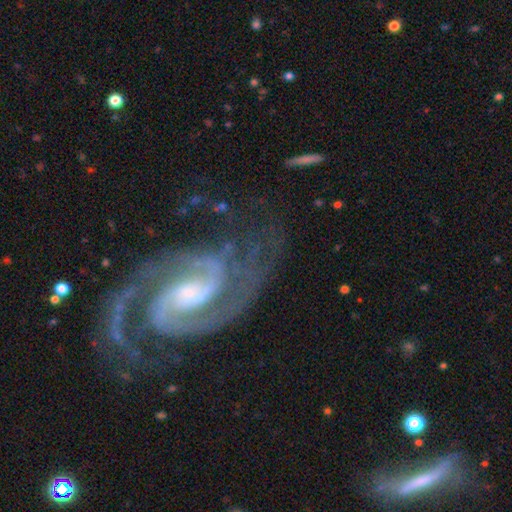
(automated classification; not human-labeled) smooth-or-featured: featured or disk: 94% | star or artifact: 4% | smooth: 2%
  disk-edge-on: no: 98% | yes: 2%
    bar: weak: 48% | no: 29% | strong: 23%
    has-spiral-arms: yes: 99% | no: 1%
      spiral-winding: medium: 52% | tight: 40% | loose: 8%
      spiral-arm-count: 2: 88% | 3: 5% | can't tell: 3% | 4: 2% | 1: 2% | more than 4: 2%
    bulge-size: small: 43% | moderate: 41% | large: 8% | none: 7% | dominant: 1%
  merging: none: 74% | minor disturbance: 16% | major disturbance: 8% | merger: 2%